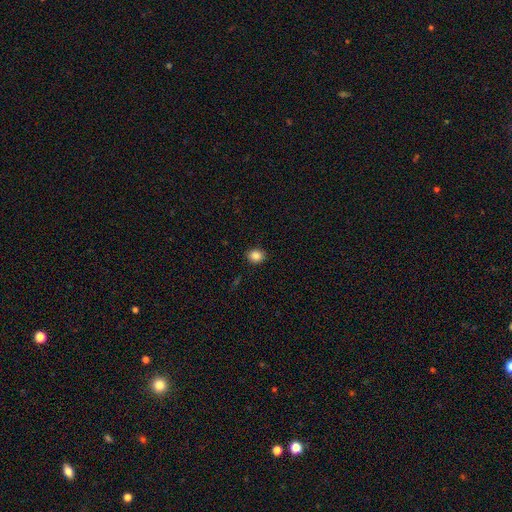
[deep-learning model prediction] Smooth or featured? Predicted: smooth (p=0.85). How rounded? Predicted: round (p=0.66). Merging? Predicted: none (p=0.91).